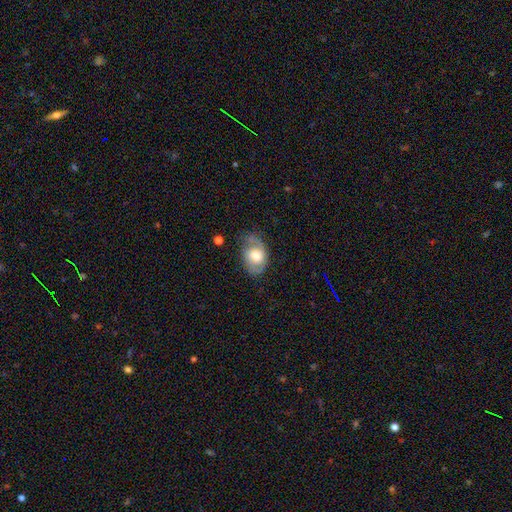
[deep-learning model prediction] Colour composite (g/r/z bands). It shows a featured or disk galaxy (50%). Merging: none (57%).